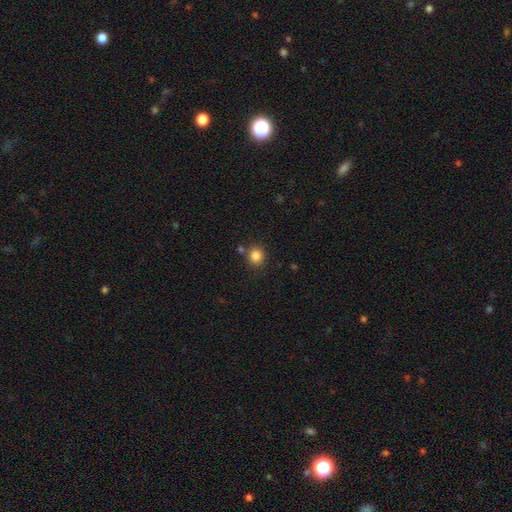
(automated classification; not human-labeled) Overall: smooth (85%). How rounded: round (83%). Merging: none (79%).